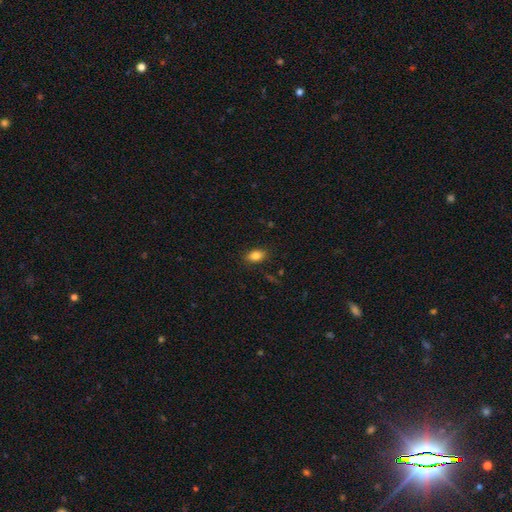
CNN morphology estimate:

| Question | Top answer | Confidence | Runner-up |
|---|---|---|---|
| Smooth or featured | smooth | 83% | star or artifact (9%) |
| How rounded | in between | 85% | round (12%) |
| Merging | none | 85% | minor disturbance (11%) |